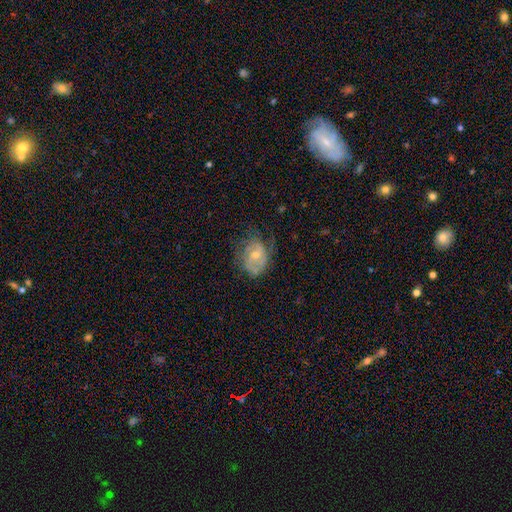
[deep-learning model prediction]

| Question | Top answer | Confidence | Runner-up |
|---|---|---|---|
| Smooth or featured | featured or disk | 67% | smooth (26%) |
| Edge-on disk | no | 97% | yes (3%) |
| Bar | no | 61% | weak (33%) |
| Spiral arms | yes | 79% | no (21%) |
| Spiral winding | tight | 41% | medium (40%) |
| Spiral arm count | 2 | 40% | can't tell (34%) |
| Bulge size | small | 48% | moderate (47%) |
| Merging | none | 49% | minor disturbance (29%) |